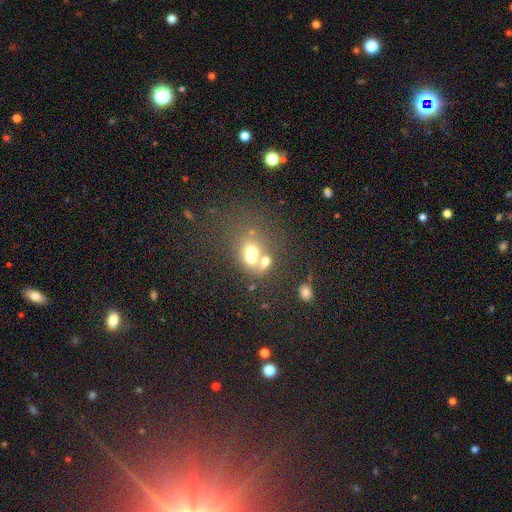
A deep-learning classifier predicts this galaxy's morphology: This appears to be a smooth galaxy with no disk features (53%) that is in between round and cigar-shaped (52%). Merging: merger (49%).